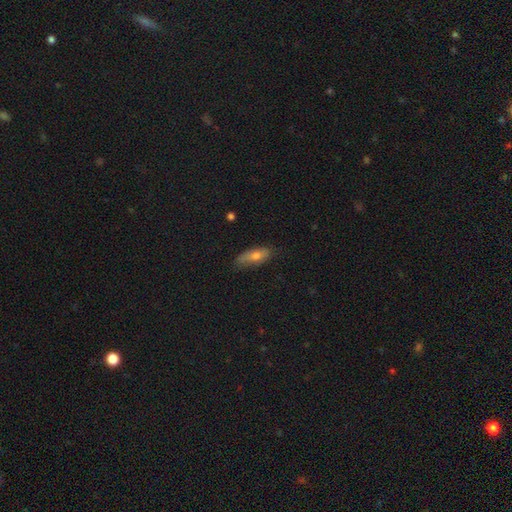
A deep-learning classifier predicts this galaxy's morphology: type=smooth (68%); roundness=in between (63%); merging=none (73%).